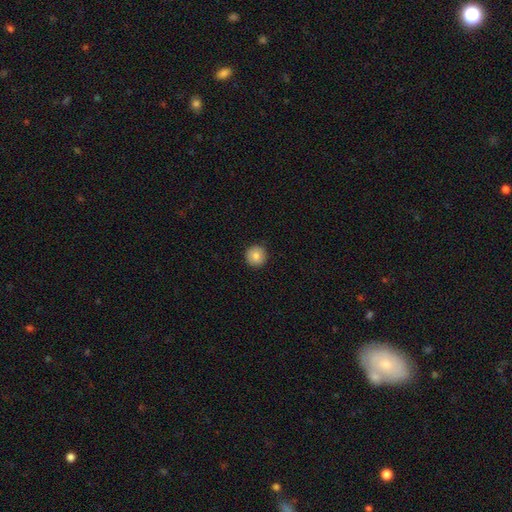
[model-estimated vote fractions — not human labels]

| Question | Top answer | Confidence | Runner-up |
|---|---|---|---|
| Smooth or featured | smooth | 84% | star or artifact (8%) |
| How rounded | round | 96% | in between (4%) |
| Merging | none | 91% | minor disturbance (6%) |